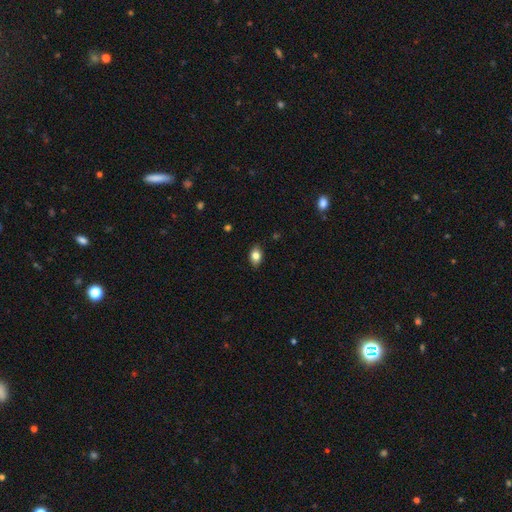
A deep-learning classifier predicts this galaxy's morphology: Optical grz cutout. It shows a smooth galaxy with no disk features (82%) that is in between round and cigar-shaped (82%). Merging: none (86%).